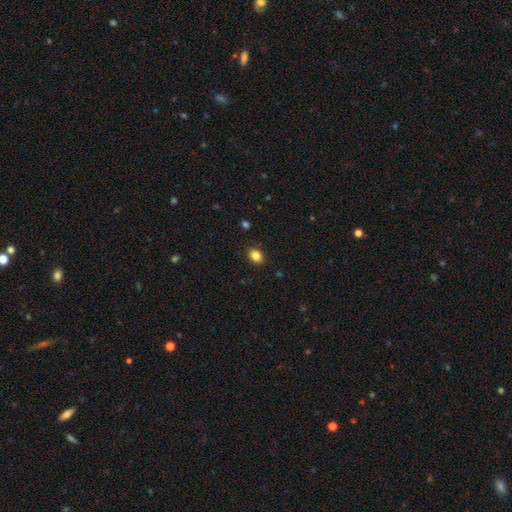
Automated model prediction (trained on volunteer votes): smooth_or_featured: smooth (p=0.85) [alt: star or artifact p=0.10]
how_rounded: in between (p=0.67) [alt: round p=0.32]
merging: none (p=0.88) [alt: minor disturbance p=0.09]